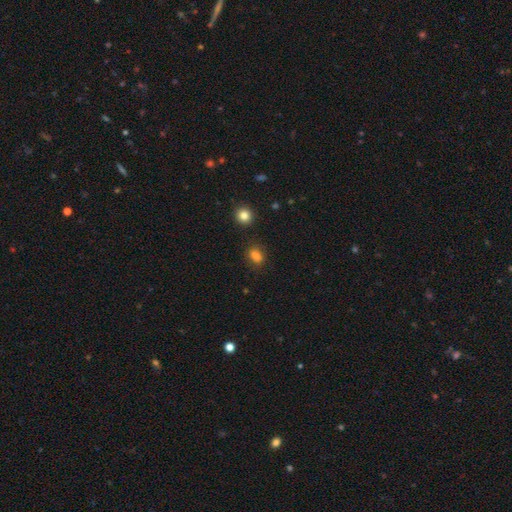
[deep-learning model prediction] This is clearly a smooth galaxy (82%). How rounded: likely in between (64%). Merging: clearly none (82%).